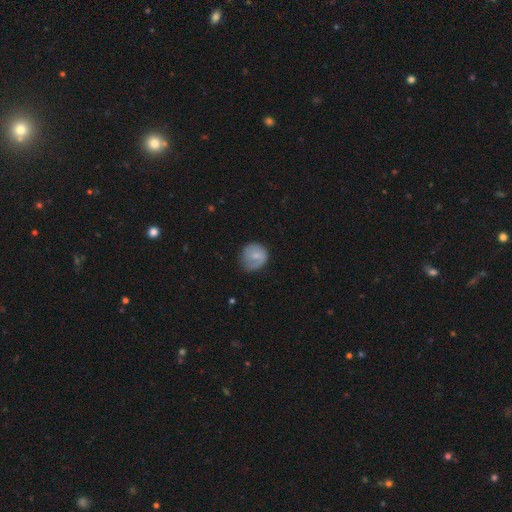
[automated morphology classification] This is likely a smooth galaxy (63%). How rounded: clearly round (85%). Merging: likely none (64%).